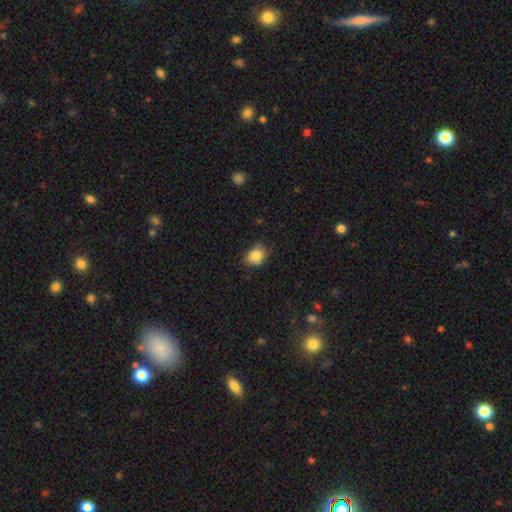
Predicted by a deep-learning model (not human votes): This appears to be a smooth galaxy with no disk features (83%) that is in between round and cigar-shaped (55%). Merging: none (73%).